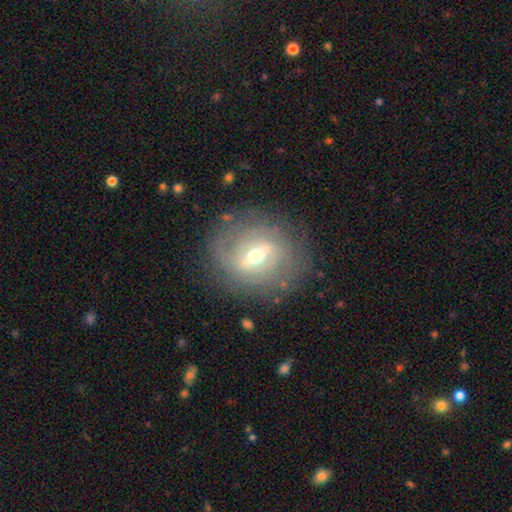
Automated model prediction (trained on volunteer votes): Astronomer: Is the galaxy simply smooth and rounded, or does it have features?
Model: featured or disk — 77%.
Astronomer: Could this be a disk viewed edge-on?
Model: no — 91%.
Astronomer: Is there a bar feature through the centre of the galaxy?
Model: strong — 48% (runner-up: weak, 41%).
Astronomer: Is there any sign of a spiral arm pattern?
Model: yes — 75%.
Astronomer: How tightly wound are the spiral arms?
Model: tight — 58%.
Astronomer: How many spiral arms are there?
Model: can't tell — 40% (runner-up: 2, 37%).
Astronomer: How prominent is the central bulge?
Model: moderate — 61%.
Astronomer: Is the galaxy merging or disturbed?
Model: none — 79%.